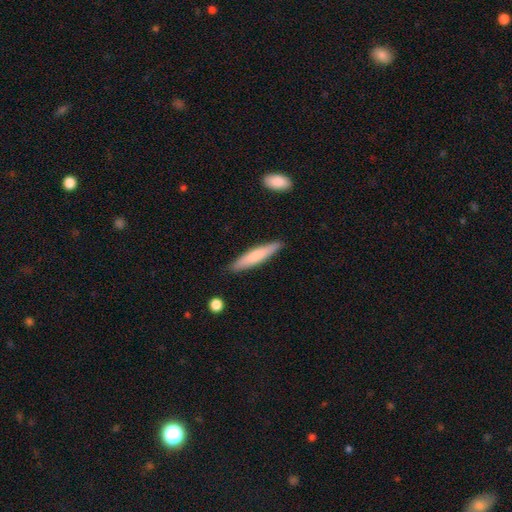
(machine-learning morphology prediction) A smooth galaxy with no disk features (71%) that is cigar-shaped (88%).

Vote fractions:
- Smooth or featured? smooth: 71% / featured or disk: 24% / star or artifact: 5%
- How rounded? cigar-shaped: 88% / in between: 11% / round: 1%
- Merging? none: 88% / minor disturbance: 9% / major disturbance: 2% / merger: 2%